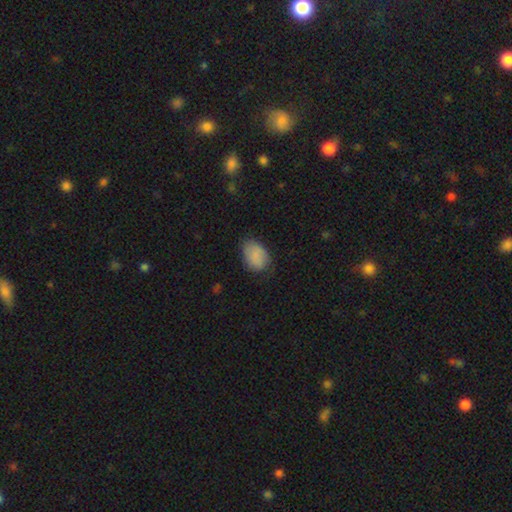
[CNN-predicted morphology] Smooth or featured? smooth (84%)
How rounded? in between (76%)
Merging? none (65%)